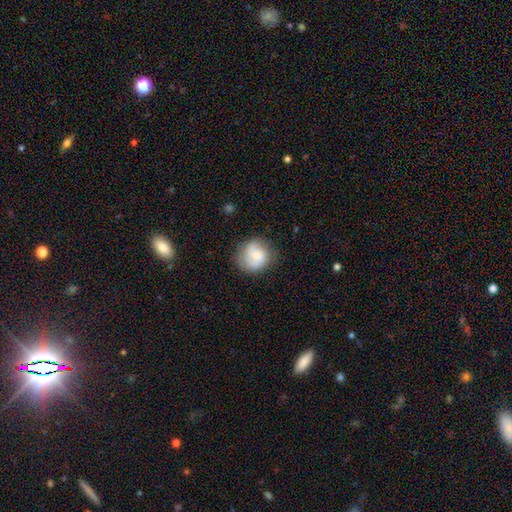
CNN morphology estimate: smooth_or_featured: smooth (p=0.69) [alt: featured or disk p=0.23]
how_rounded: round (p=0.84) [alt: in between p=0.15]
merging: none (p=0.69) [alt: minor disturbance p=0.21]